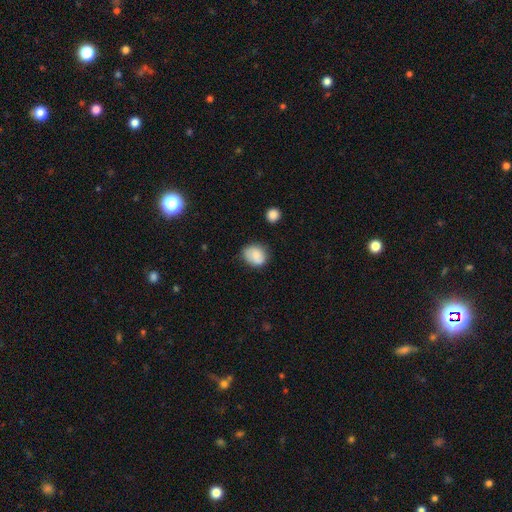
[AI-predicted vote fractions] Smooth or featured?
  - smooth: 79% *
  - featured or disk: 13%
  - star or artifact: 8%
How rounded?
  - round: 61% *
  - in between: 38%
  - cigar-shaped: 1%
Merging?
  - none: 67% *
  - minor disturbance: 25%
  - major disturbance: 5%
  - merger: 3%